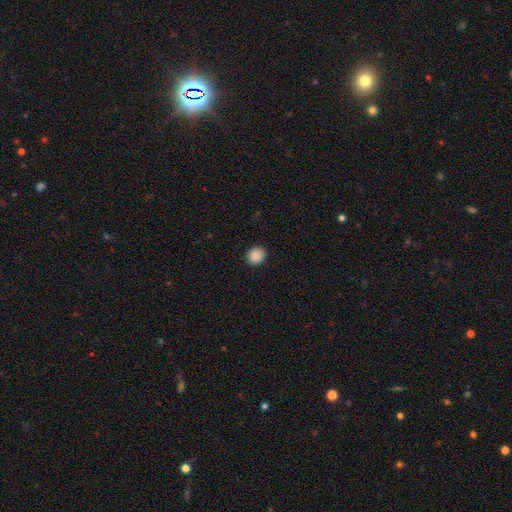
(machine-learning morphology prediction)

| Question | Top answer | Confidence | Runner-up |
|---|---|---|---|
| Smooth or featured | smooth | 88% | star or artifact (9%) |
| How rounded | round | 79% | in between (20%) |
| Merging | none | 89% | minor disturbance (8%) |